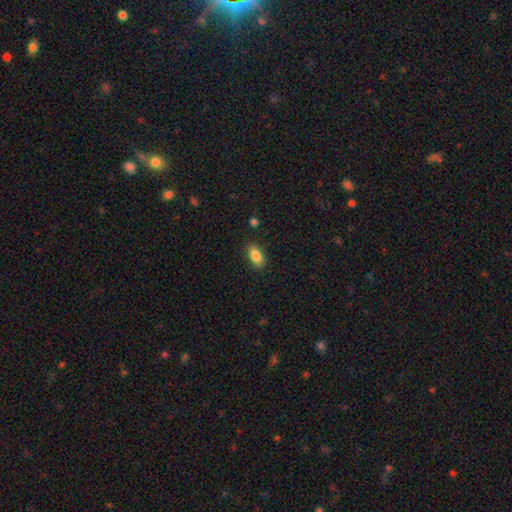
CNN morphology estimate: A smooth galaxy with no disk features (86%) that is in between round and cigar-shaped (92%). Merging: none (87%).